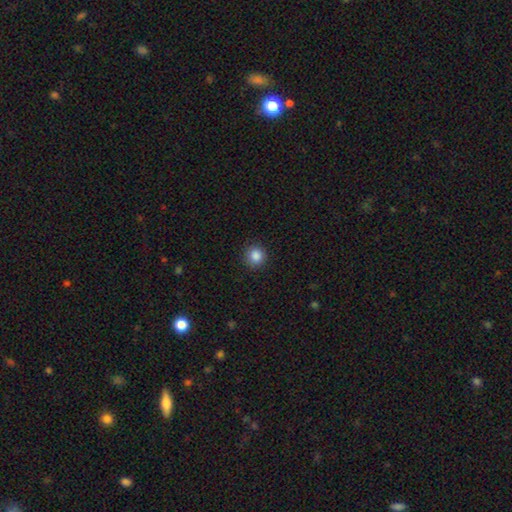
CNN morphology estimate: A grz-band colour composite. It shows a smooth galaxy with no disk features (86%) that is round (93%). Merging: none (91%).